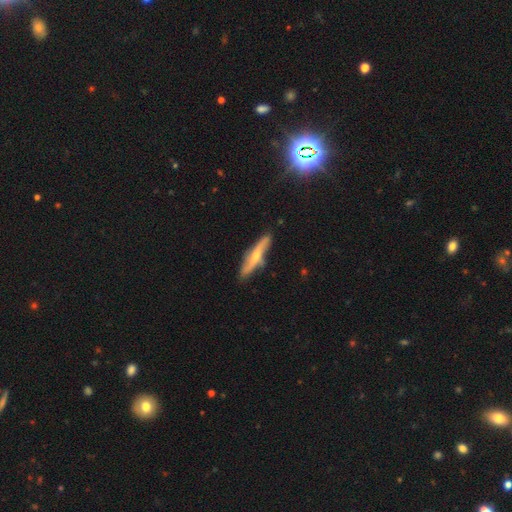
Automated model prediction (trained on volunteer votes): The model was most divided on "smooth or featured": featured or disk: 66%, smooth: 28%, star or artifact: 7%. More confident: merging — none (79%); edge-on disk — yes (74%).